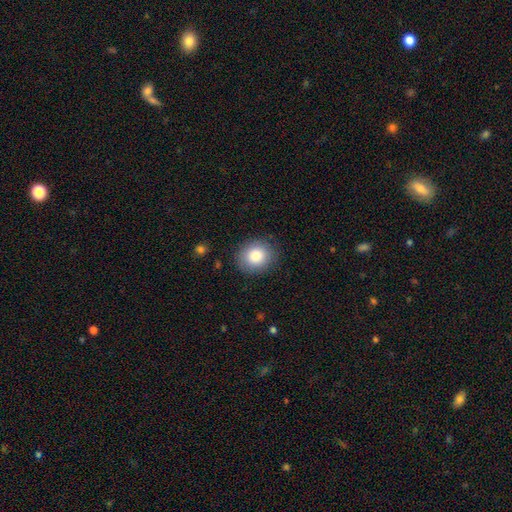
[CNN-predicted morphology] A smooth galaxy with no disk features (84%) that is round (71%).

Vote fractions:
- Smooth or featured? smooth: 84% / star or artifact: 8% / featured or disk: 8%
- How rounded? round: 71% / in between: 28% / cigar-shaped: 1%
- Merging? none: 87% / minor disturbance: 9% / major disturbance: 3% / merger: 1%